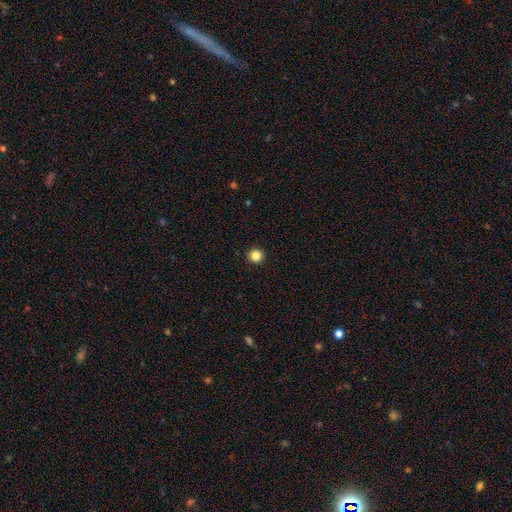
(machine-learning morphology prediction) smooth 86%, star or artifact 11%, featured or disk 3%. Down the decision tree: how rounded — round (95%); merging — none (94%).